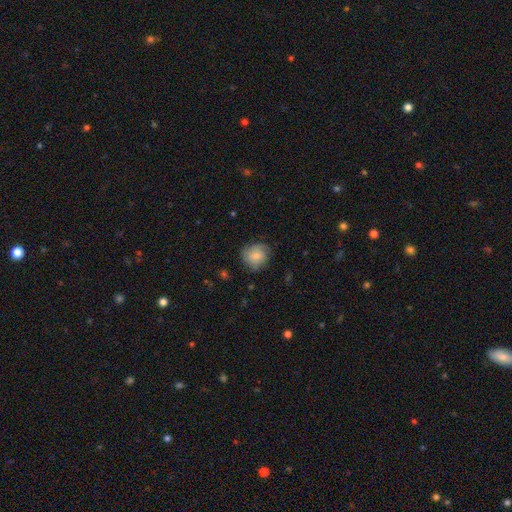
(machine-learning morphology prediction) Smooth or featured: smooth — 71% (featured or disk — 21%)
How rounded: round — 81% (in between — 18%)
Merging: none — 68% (minor disturbance — 23%)